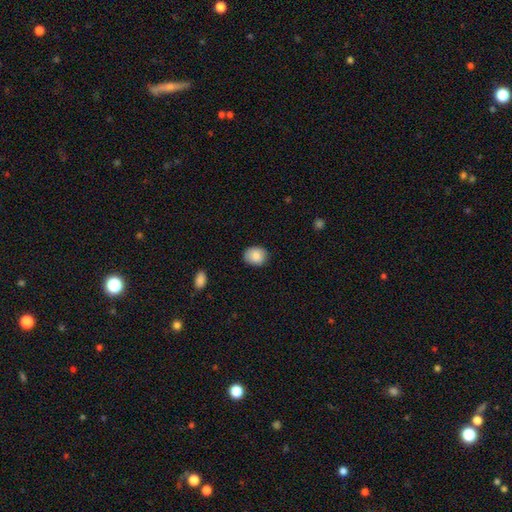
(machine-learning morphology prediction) A smooth galaxy with no disk features (87%) that is round (52%).

Vote fractions:
- Smooth or featured? smooth: 87% / star or artifact: 7% / featured or disk: 6%
- How rounded? round: 52% / in between: 47% / cigar-shaped: 1%
- Merging? none: 84% / minor disturbance: 13% / major disturbance: 2% / merger: 1%